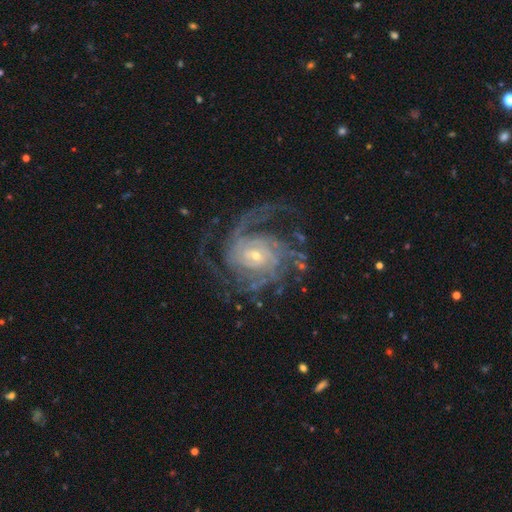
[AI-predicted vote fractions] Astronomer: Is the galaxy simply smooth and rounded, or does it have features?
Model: featured or disk — 91%.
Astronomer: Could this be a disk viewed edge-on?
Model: no — 98%.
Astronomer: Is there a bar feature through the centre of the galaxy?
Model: no — 59%.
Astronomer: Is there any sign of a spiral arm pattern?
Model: yes — 98%.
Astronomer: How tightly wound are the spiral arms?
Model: tight — 56% (runner-up: medium, 35%).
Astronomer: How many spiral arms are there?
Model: can't tell — 21% (runner-up: 4, 20%).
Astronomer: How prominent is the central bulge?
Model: small — 71%.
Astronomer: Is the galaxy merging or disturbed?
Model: none — 67%.